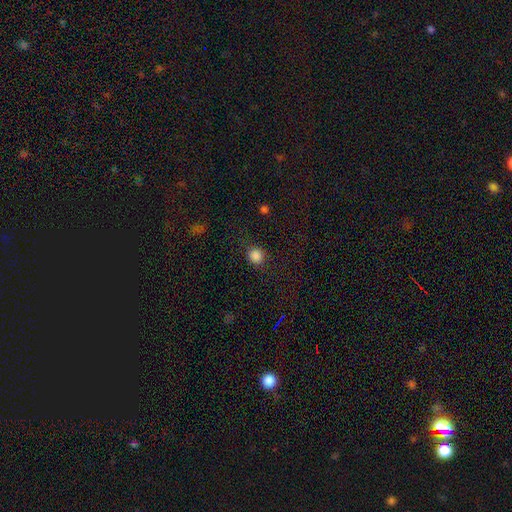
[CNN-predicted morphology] type=smooth (85%); roundness=round (86%); merging=none (84%).